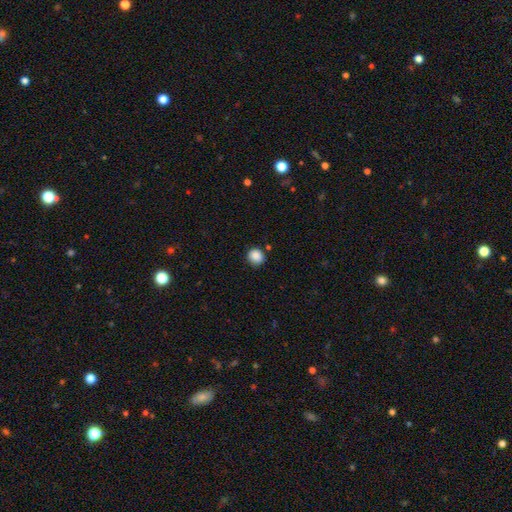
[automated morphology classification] smooth-or-featured: smooth: 88% | star or artifact: 9% | featured or disk: 3%
  how-rounded: round: 86% | in between: 13% | cigar-shaped: 1%
  merging: none: 85% | minor disturbance: 10% | merger: 3% | major disturbance: 3%